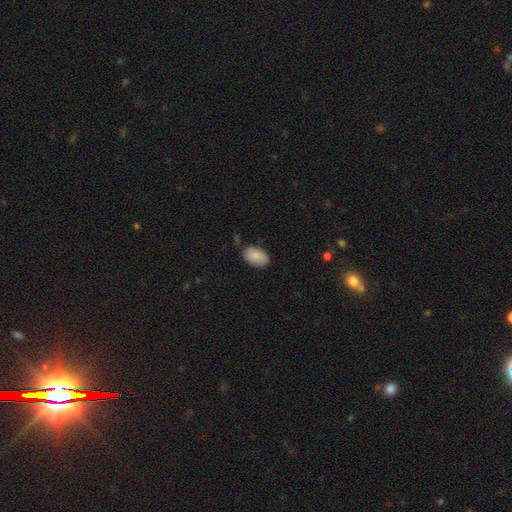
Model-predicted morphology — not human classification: smooth-or-featured: smooth: 86% | featured or disk: 7% | star or artifact: 7%
  how-rounded: in between: 91% | round: 7% | cigar-shaped: 1%
  merging: none: 78% | minor disturbance: 17% | major disturbance: 3% | merger: 2%